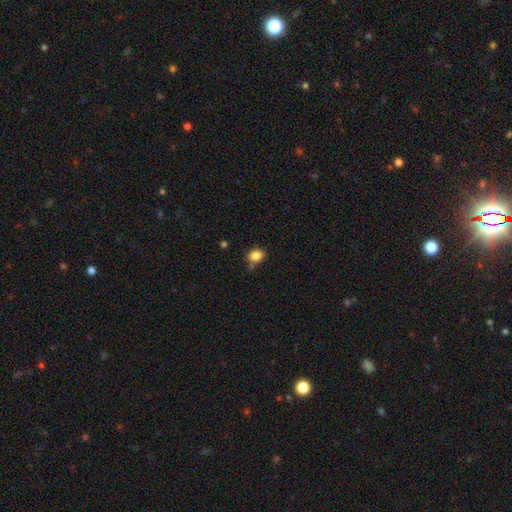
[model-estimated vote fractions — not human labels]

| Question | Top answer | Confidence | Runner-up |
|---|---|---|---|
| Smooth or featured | smooth | 85% | star or artifact (10%) |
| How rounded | in between | 56% | round (43%) |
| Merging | none | 68% | minor disturbance (19%) |